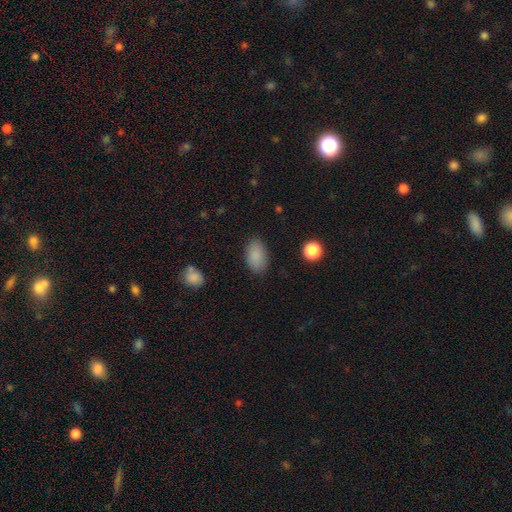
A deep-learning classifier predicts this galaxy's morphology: This is clearly a smooth galaxy (88%). How rounded: clearly in between (91%). Merging: clearly none (84%).